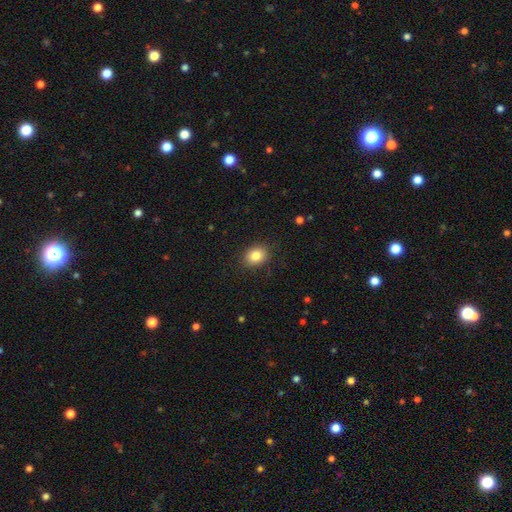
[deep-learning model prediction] This is clearly a smooth galaxy (84%). How rounded: possibly in between (59%). Merging: clearly none (87%).